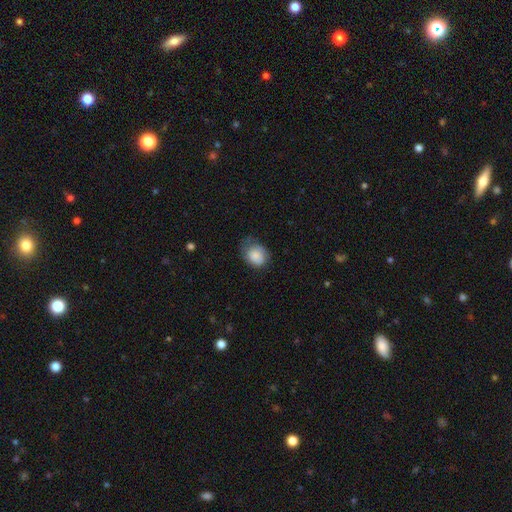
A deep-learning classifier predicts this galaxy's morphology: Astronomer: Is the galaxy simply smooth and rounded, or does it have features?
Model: smooth — 79%.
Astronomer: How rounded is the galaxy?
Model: in between — 52% (runner-up: round, 47%).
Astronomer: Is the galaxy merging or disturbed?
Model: none — 47% (runner-up: minor disturbance, 36%).